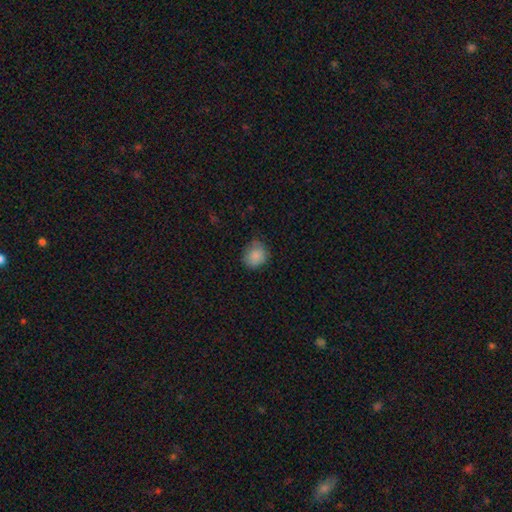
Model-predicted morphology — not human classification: This is clearly a smooth galaxy (86%). How rounded: likely round (73%). Merging: likely none (69%).